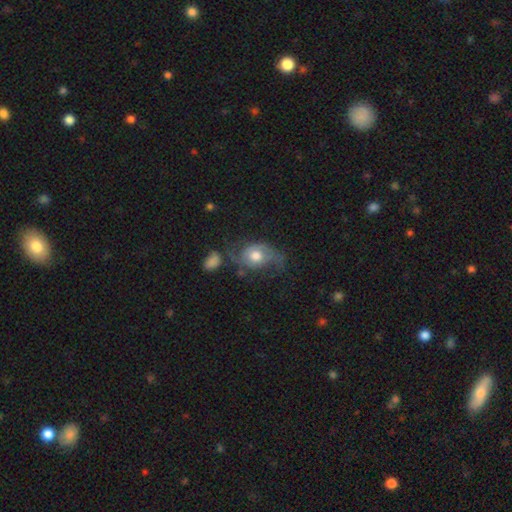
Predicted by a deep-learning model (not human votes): Smooth or featured? Predicted: featured or disk (p=0.62). Edge-on disk? Predicted: no (p=0.96). Bar? Predicted: no (p=0.77). Spiral arms? Predicted: yes (p=0.83). Bulge size? Predicted: moderate (p=0.63). Merging? Predicted: none (p=0.39).